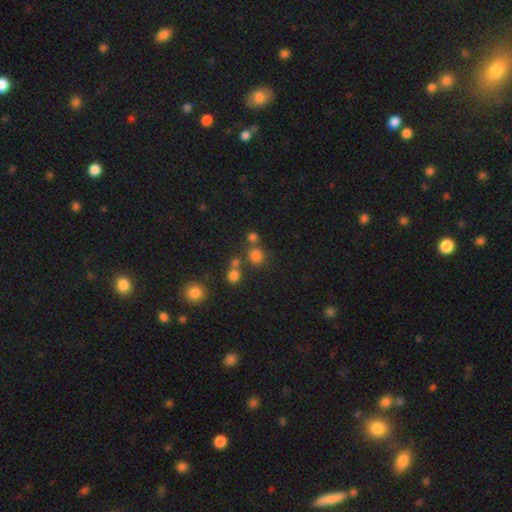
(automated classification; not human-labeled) smooth_or_featured: smooth (p=0.74) [alt: star or artifact p=0.19]
how_rounded: round (p=0.86) [alt: in between p=0.13]
merging: none (p=0.65) [alt: merger p=0.22]